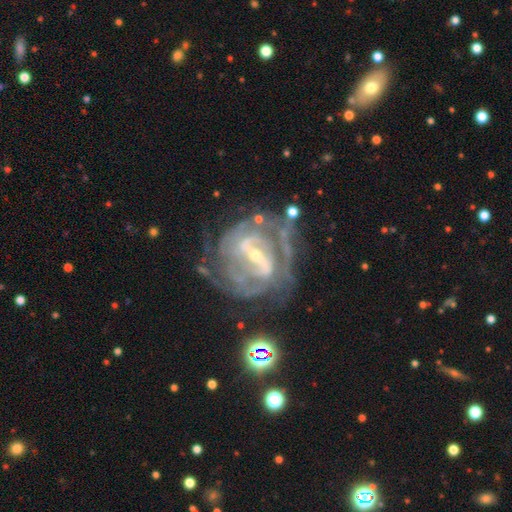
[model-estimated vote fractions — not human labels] smooth_or_featured: featured or disk (p=0.90) [alt: star or artifact p=0.06]
disk_edge_on: no (p=0.96) [alt: yes p=0.04]
bar: strong (p=0.62) [alt: weak p=0.29]
has_spiral_arms: yes (p=0.93) [alt: no p=0.07]
spiral_winding: tight (p=0.52) [alt: medium p=0.37]
spiral_arm_count: 2 (p=0.40) [alt: can't tell p=0.26]
bulge_size: small (p=0.67) [alt: moderate p=0.28]
merging: none (p=0.58) [alt: minor disturbance p=0.20]